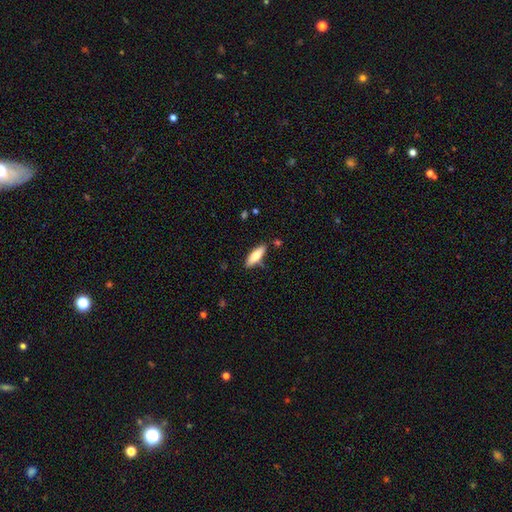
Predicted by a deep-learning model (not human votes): Overall: smooth (72%). How rounded: in between (51%; cigar-shaped 47%). Merging: none (80%).